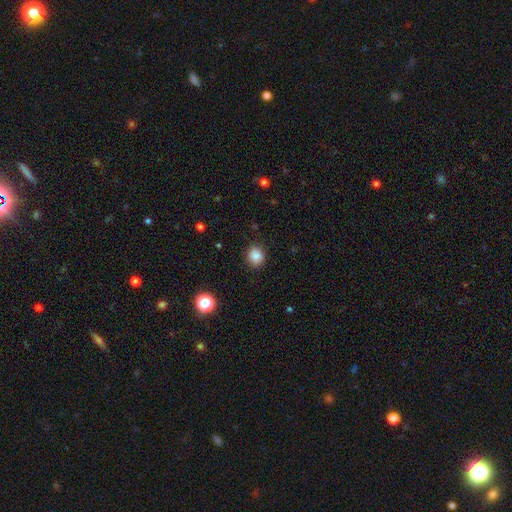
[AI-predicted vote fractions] Q: Smooth or featured?
A: smooth (85%); runner-up: star or artifact (11%)
Q: How rounded?
A: round (77%); runner-up: in between (22%)
Q: Merging?
A: none (87%); runner-up: minor disturbance (9%)